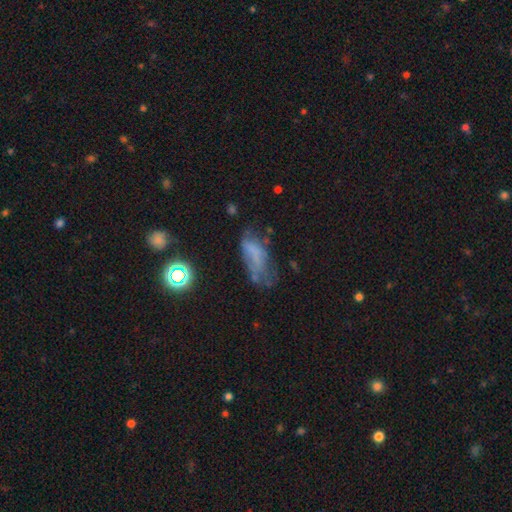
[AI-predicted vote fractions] Smooth or featured?
  - smooth: 46% *
  - featured or disk: 36%
  - star or artifact: 18%
Merging?
  - none: 33% *
  - major disturbance: 32%
  - minor disturbance: 28%
  - merger: 7%